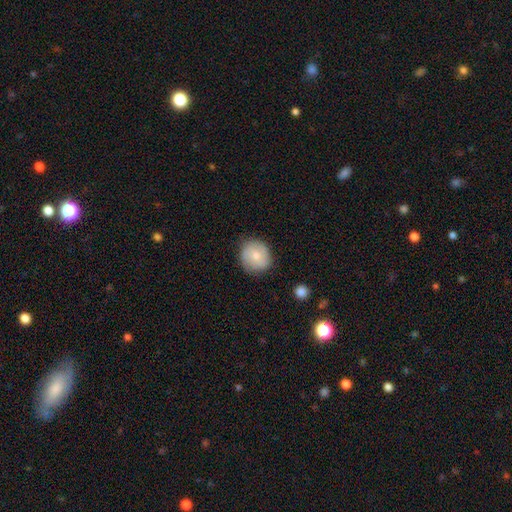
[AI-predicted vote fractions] The model was most divided on "smooth or featured": smooth: 70%, featured or disk: 23%, star or artifact: 7%. More confident: how rounded — round (87%); merging — none (80%).